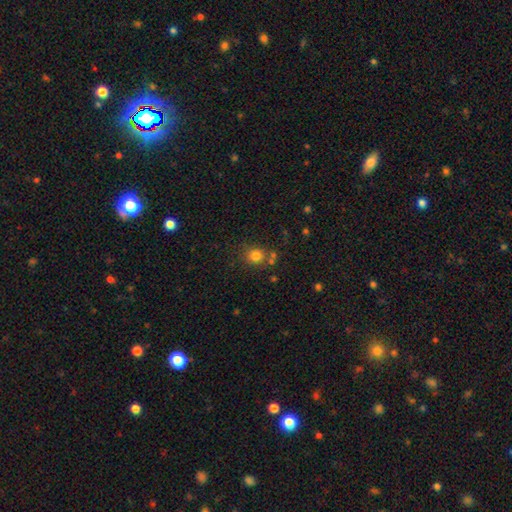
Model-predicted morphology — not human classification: smooth 79%, star or artifact 14%, featured or disk 7%. Down the decision tree: how rounded — round (83%); merging — none (72%).